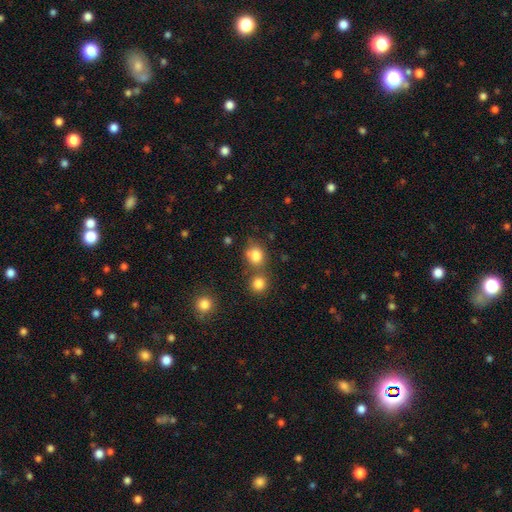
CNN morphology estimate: Smooth or featured: smooth — 81% (star or artifact — 11%)
How rounded: round — 70% (in between — 29%)
Merging: none — 55% (merger — 27%)